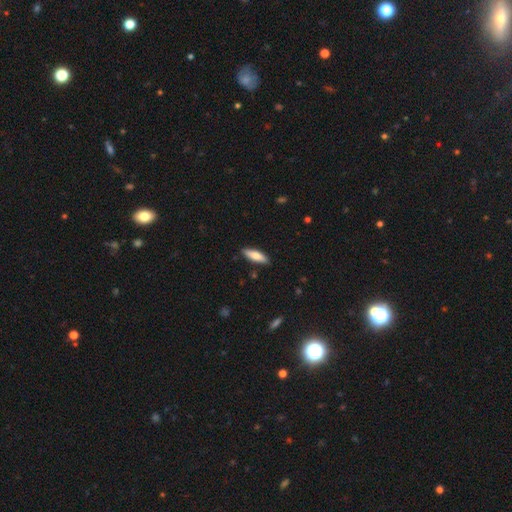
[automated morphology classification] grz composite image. It shows a smooth galaxy with no disk features (75%) that is cigar-shaped (54%). Merging: none (87%).